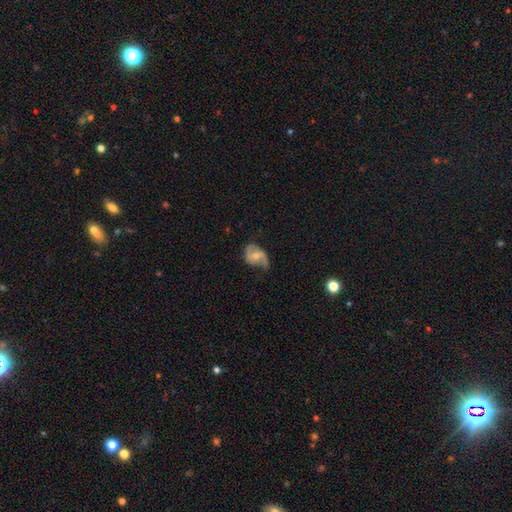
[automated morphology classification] Smooth or featured? Predicted: featured or disk (p=0.71). Edge-on disk? Predicted: no (p=0.97). Bar? Predicted: no (p=0.53). Spiral arms? Predicted: yes (p=0.89). Spiral winding? Predicted: loose (p=0.48). Spiral arm count? Predicted: 2 (p=0.82). Bulge size? Predicted: moderate (p=0.56). Merging? Predicted: none (p=0.52).